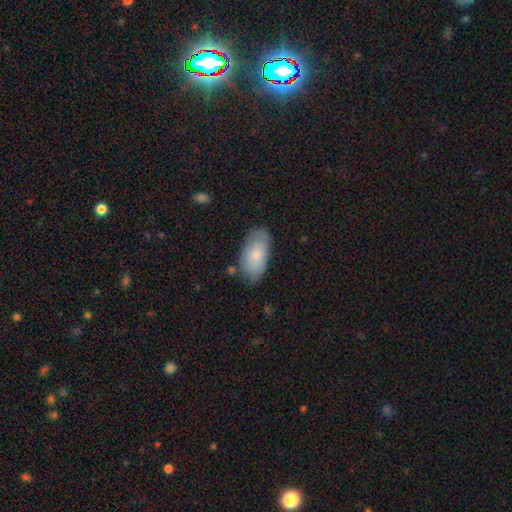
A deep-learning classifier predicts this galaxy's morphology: This is likely a smooth galaxy (78%). How rounded: clearly in between (94%). Merging: likely none (78%).